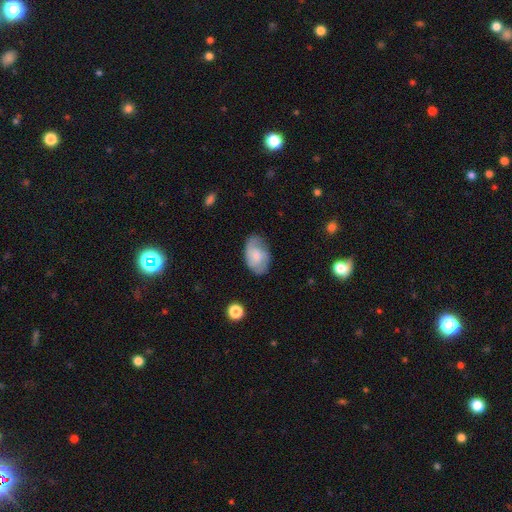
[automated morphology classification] Smooth or featured?
  - smooth: 67% *
  - featured or disk: 27%
  - star or artifact: 7%
How rounded?
  - in between: 91% *
  - round: 7%
  - cigar-shaped: 1%
Merging?
  - none: 65% *
  - minor disturbance: 26%
  - major disturbance: 7%
  - merger: 2%